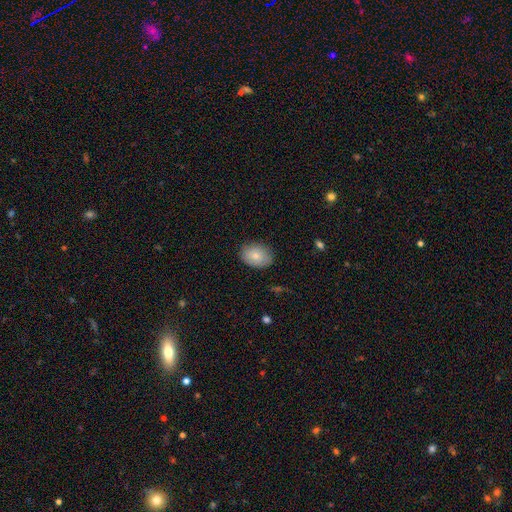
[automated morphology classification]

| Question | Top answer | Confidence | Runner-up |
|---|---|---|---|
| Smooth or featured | smooth | 81% | featured or disk (11%) |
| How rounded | in between | 71% | round (28%) |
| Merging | none | 84% | minor disturbance (12%) |